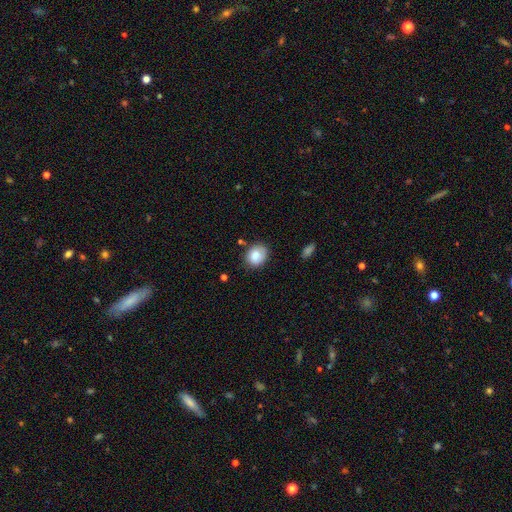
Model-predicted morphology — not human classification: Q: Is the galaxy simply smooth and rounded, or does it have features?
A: smooth — 84%.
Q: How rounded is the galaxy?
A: round — 58%.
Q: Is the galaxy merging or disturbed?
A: none — 75%.